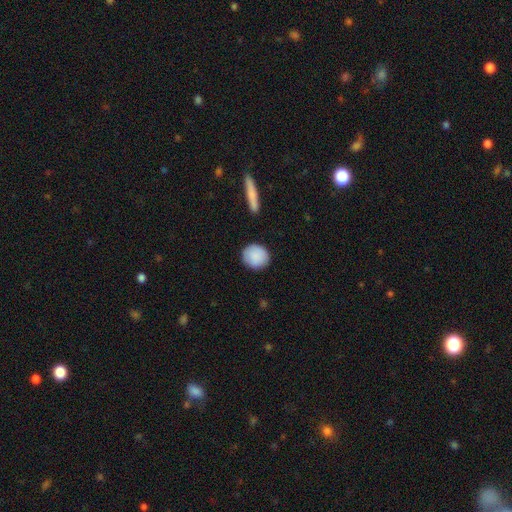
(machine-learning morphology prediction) type=smooth (89%); roundness=round (86%); merging=none (88%).